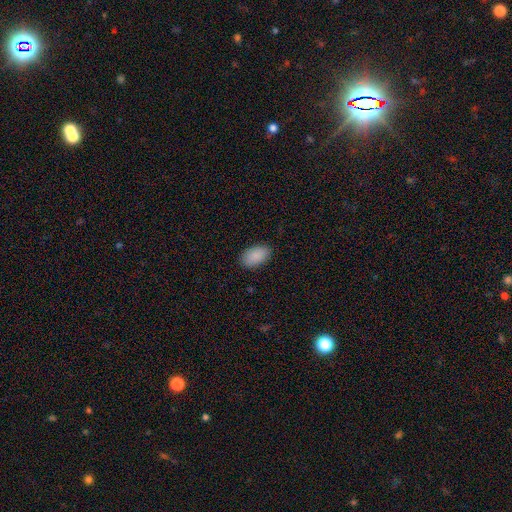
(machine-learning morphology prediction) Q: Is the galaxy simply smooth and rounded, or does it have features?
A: smooth — 90%.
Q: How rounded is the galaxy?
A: in between — 94%.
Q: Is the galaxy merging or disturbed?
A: none — 88%.